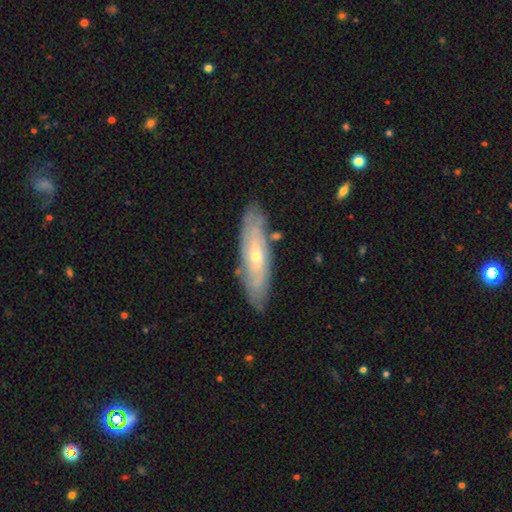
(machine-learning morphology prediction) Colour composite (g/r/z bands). It shows a featured or disk galaxy (65%). Merging: none (82%).